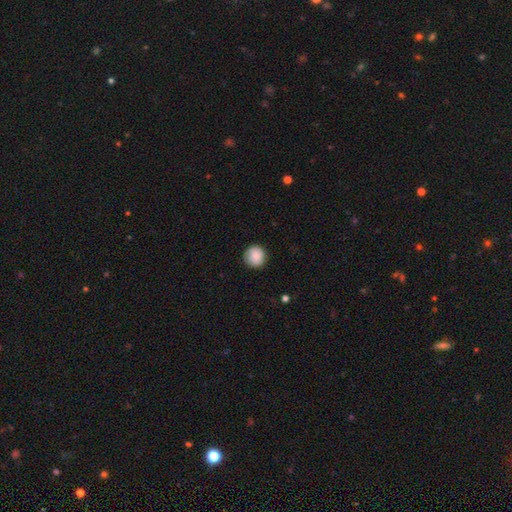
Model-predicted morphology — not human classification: This is clearly a smooth galaxy (82%). How rounded: clearly round (93%). Merging: clearly none (83%).